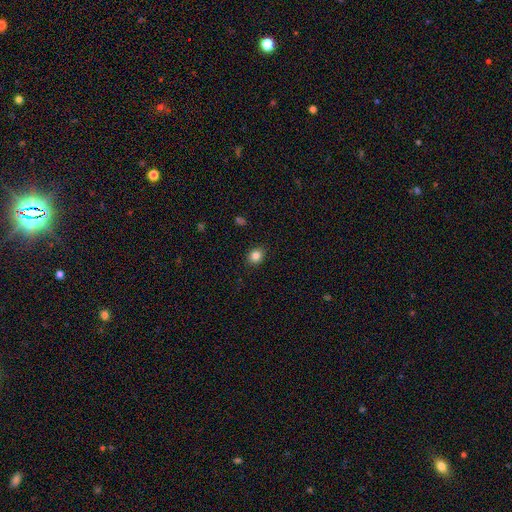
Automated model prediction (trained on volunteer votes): A smooth galaxy with no disk features (84%) that is round (64%). Merging: none (89%).